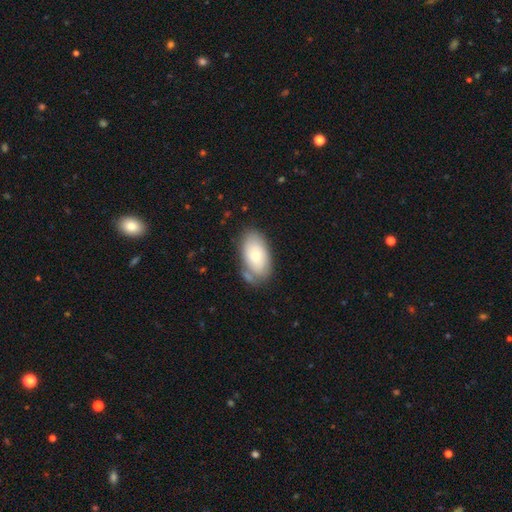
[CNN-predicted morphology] The model was most divided on "smooth or featured": smooth: 68%, featured or disk: 25%, star or artifact: 7%. More confident: how rounded — in between (93%); merging — none (67%).